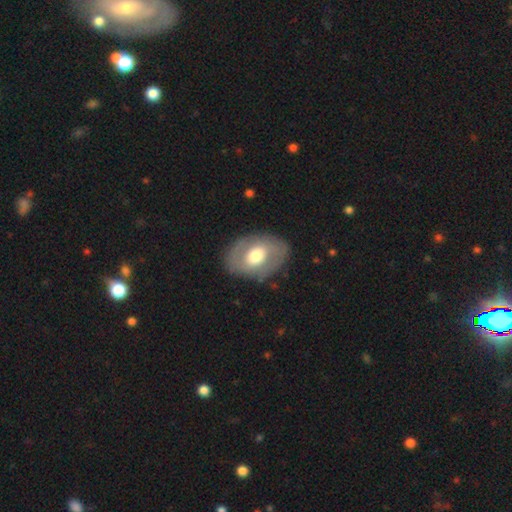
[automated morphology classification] type=smooth (47%, tied with featured or disk); merging=none (80%).